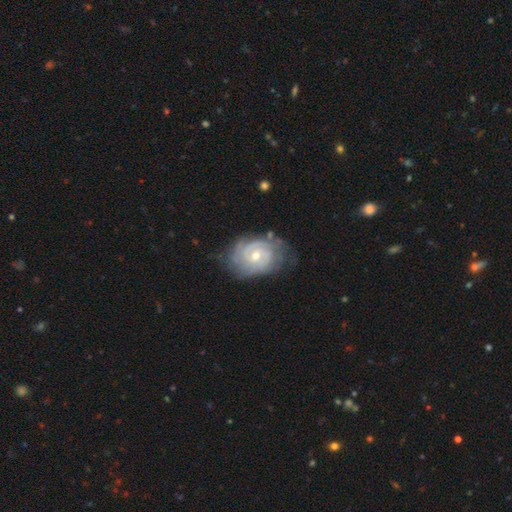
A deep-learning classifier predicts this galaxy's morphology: smooth-or-featured: featured or disk: 71% | smooth: 18% | star or artifact: 11%
  disk-edge-on: no: 96% | yes: 4%
    bar: no: 68% | weak: 26% | strong: 6%
    has-spiral-arms: yes: 89% | no: 11%
      spiral-winding: tight: 72% | medium: 22% | loose: 6%
      spiral-arm-count: can't tell: 47% | 2: 21% | 3: 13% | 4: 9% | more than 4: 5% | 1: 5%
    bulge-size: small: 49% | moderate: 47% | large: 2% | none: 1% | dominant: 1%
  merging: none: 73% | minor disturbance: 19% | major disturbance: 7% | merger: 1%